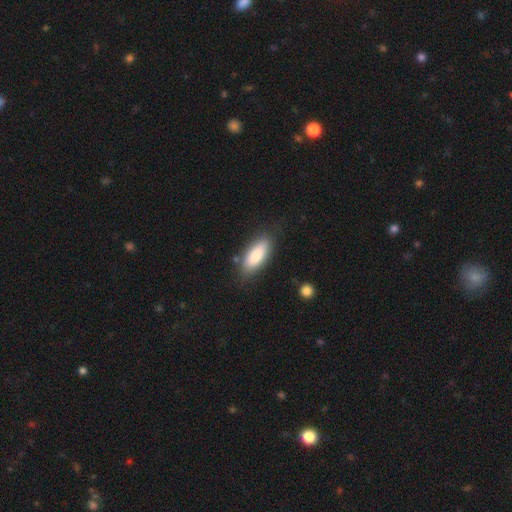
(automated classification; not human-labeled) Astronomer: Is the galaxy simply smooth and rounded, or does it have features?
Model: smooth — 81%.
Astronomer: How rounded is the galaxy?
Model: in between — 78%.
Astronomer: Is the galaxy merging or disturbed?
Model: none — 79%.